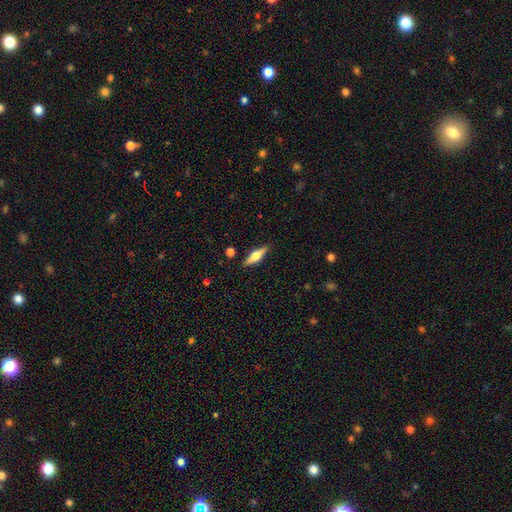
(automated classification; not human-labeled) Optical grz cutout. It shows a featured or disk galaxy (56%) viewed edge-on (95%) with a rounded central bulge (92%). Merging: none (88%).